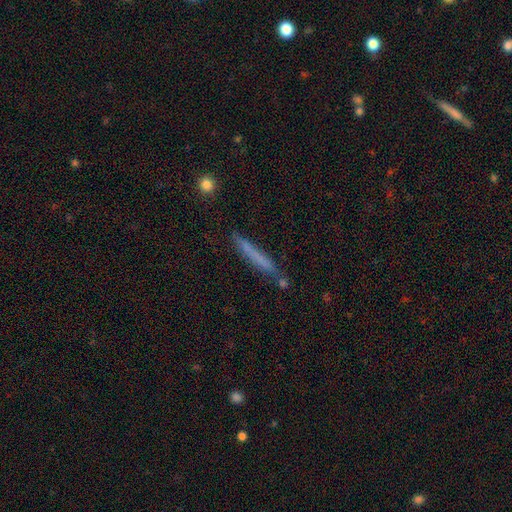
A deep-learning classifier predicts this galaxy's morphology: smooth-or-featured: smooth: 63% | featured or disk: 29% | star or artifact: 8%
  how-rounded: cigar-shaped: 96% | in between: 3% | round: 1%
  merging: none: 80% | minor disturbance: 13% | merger: 4% | major disturbance: 3%